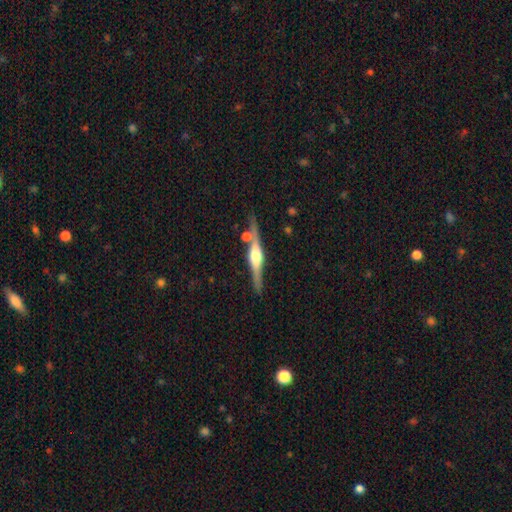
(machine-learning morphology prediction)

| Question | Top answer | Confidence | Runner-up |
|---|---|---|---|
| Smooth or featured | featured or disk | 81% | smooth (14%) |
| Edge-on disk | yes | 97% | no (3%) |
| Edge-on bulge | rounded | 87% | boxy (10%) |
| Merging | none | 78% | minor disturbance (11%) |